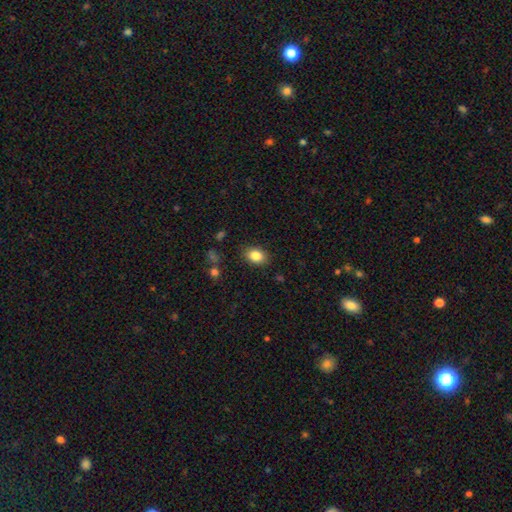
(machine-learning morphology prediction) smooth-or-featured: smooth: 85% | star or artifact: 9% | featured or disk: 6%
  how-rounded: in between: 70% | round: 29% | cigar-shaped: 1%
  merging: none: 86% | minor disturbance: 10% | major disturbance: 3% | merger: 1%